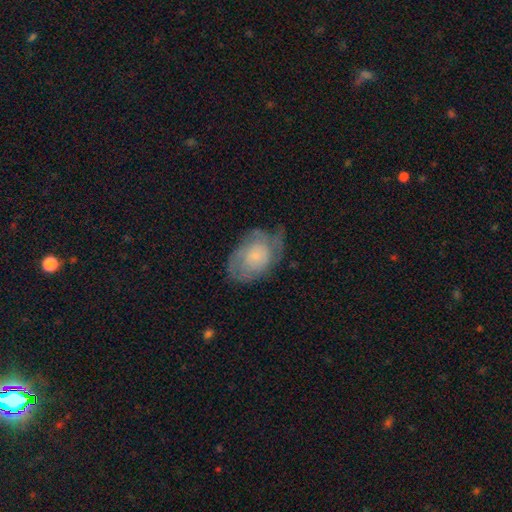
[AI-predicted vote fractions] Smooth or featured? featured or disk (54%)
Edge-on disk? no (96%)
Bar? no (82%)
Spiral arms? yes (73%)
Bulge size? small (56%)
Merging? none (49%)